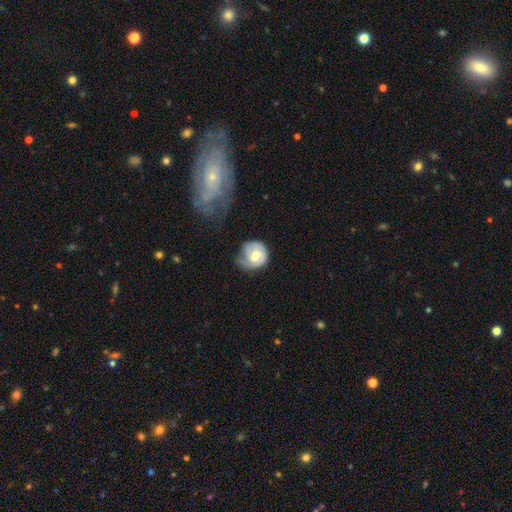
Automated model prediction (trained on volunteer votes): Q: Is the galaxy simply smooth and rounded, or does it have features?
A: featured or disk — 56%.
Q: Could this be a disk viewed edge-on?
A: no — 97%.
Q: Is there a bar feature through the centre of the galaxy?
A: no — 62%.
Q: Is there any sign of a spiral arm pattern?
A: yes — 78%.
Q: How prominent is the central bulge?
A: moderate — 68%.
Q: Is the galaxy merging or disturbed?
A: none — 45%.